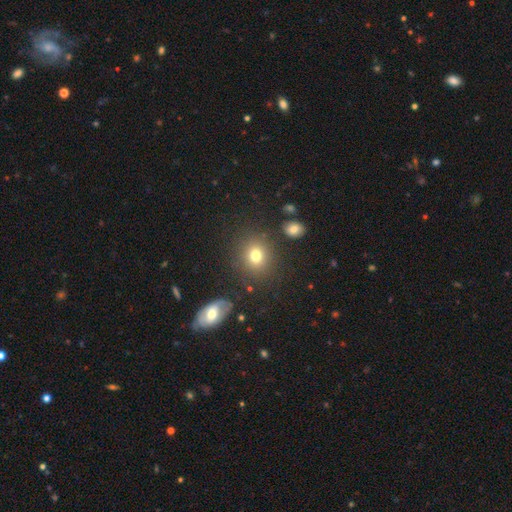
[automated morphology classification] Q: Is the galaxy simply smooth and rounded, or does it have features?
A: smooth — 77%.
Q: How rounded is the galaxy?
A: round — 77%.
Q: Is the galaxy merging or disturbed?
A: none — 83%.